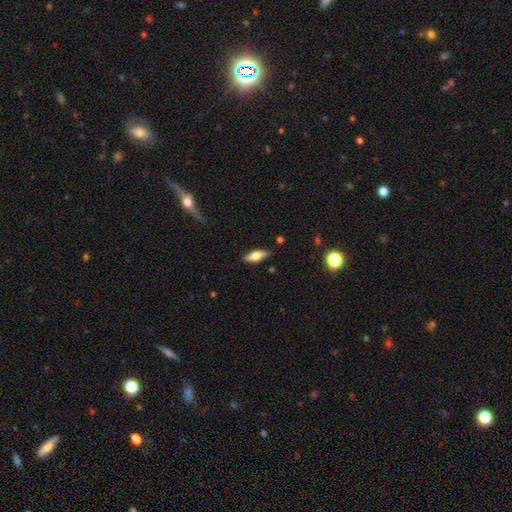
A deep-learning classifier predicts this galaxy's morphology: The model was most divided on "how rounded": in between: 60%, cigar-shaped: 37%, round: 2%. More confident: merging — none (86%); smooth or featured — smooth (65%).